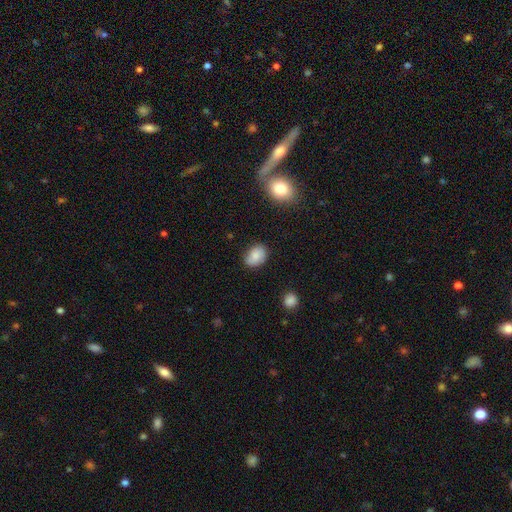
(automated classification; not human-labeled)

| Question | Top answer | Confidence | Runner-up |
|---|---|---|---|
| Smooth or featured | smooth | 79% | featured or disk (12%) |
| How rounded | in between | 75% | round (24%) |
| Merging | none | 74% | minor disturbance (20%) |